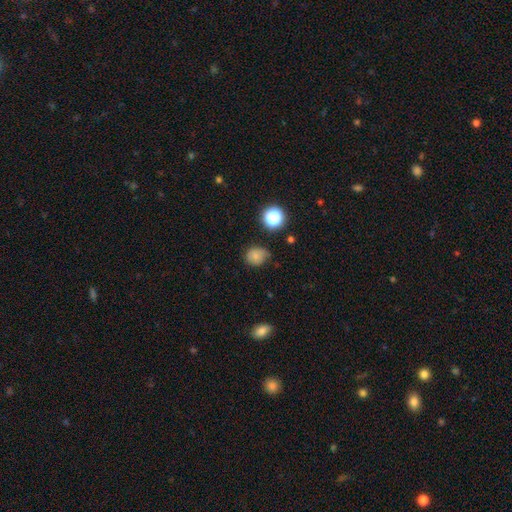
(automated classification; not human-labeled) smooth_or_featured: smooth (p=0.77) [alt: star or artifact p=0.14]
how_rounded: round (p=0.69) [alt: in between p=0.30]
merging: none (p=0.60) [alt: minor disturbance p=0.31]